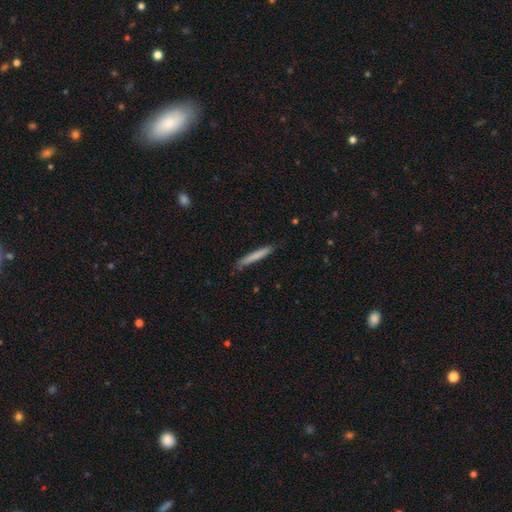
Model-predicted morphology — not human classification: Smooth or featured? Predicted: smooth (p=0.75). How rounded? Predicted: cigar-shaped (p=0.96). Merging? Predicted: none (p=0.84).